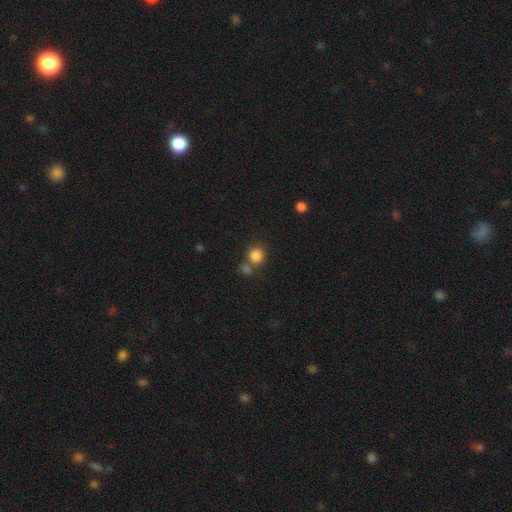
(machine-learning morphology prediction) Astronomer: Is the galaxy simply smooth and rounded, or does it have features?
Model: smooth — 83%.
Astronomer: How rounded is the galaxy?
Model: round — 88%.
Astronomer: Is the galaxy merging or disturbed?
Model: none — 60%.